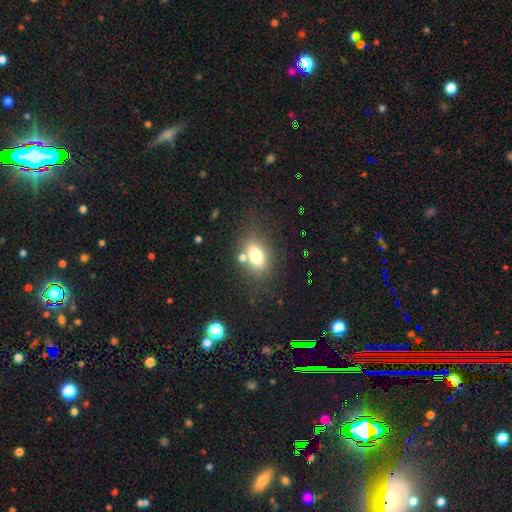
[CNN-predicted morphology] Smooth or featured? Predicted: smooth (p=0.72). How rounded? Predicted: in between (p=0.78). Merging? Predicted: none (p=0.63).